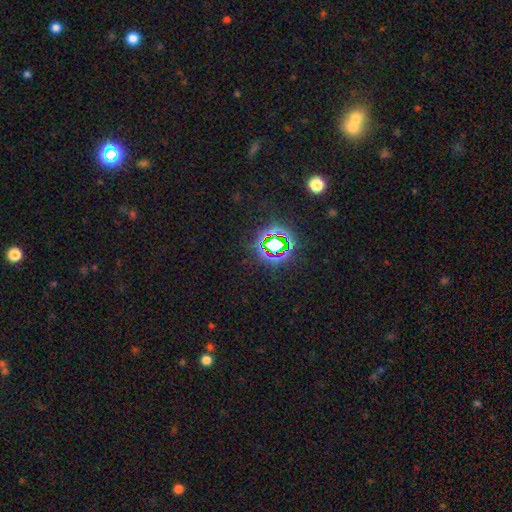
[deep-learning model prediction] Q: Smooth or featured?
A: star or artifact (78%); runner-up: smooth (14%)